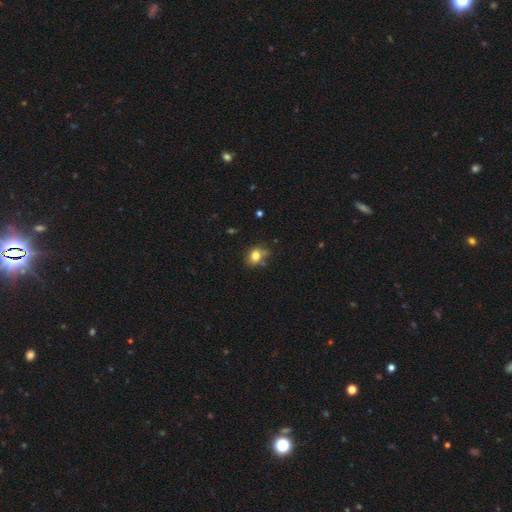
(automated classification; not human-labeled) A smooth galaxy with no disk features (79%) that is in between round and cigar-shaped (51%). Merging: none (64%).